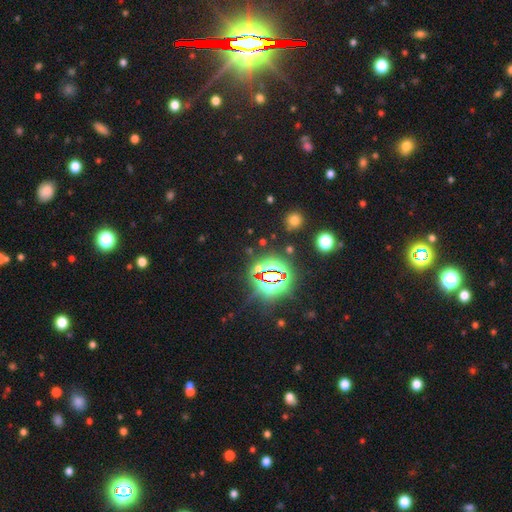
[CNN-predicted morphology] The model was most divided on "smooth or featured": star or artifact: 82%, smooth: 11%, featured or disk: 7%.